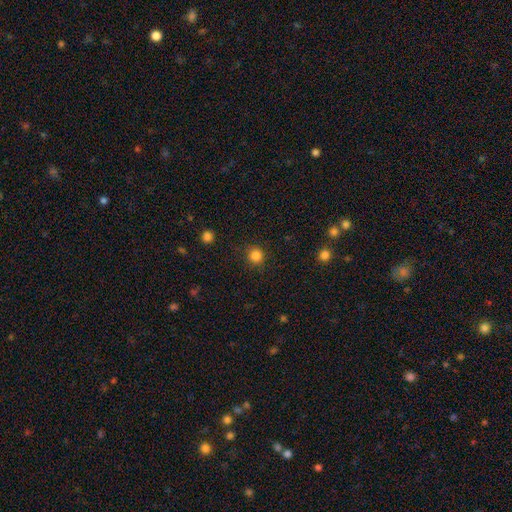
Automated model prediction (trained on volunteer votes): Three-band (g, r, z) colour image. It shows a smooth galaxy with no disk features (84%) that is round (94%). Merging: none (90%).